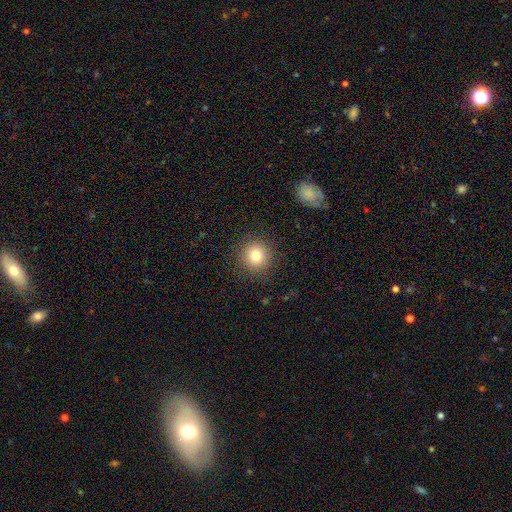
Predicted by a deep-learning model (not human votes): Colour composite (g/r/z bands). It shows a smooth galaxy with no disk features (80%) that is round (93%). Merging: none (90%).